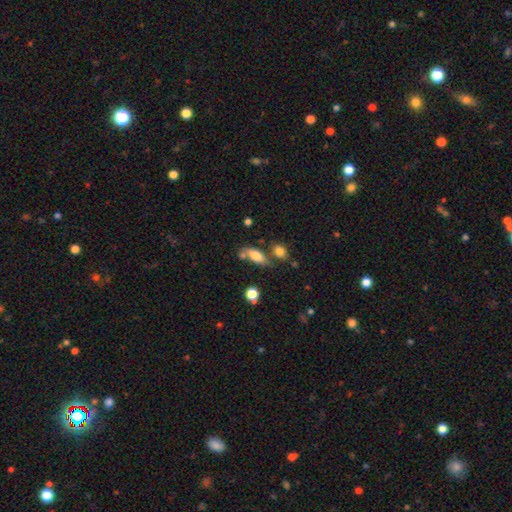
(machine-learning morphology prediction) This is likely a smooth galaxy (76%). How rounded: clearly in between (82%). Merging: possibly none (52%).